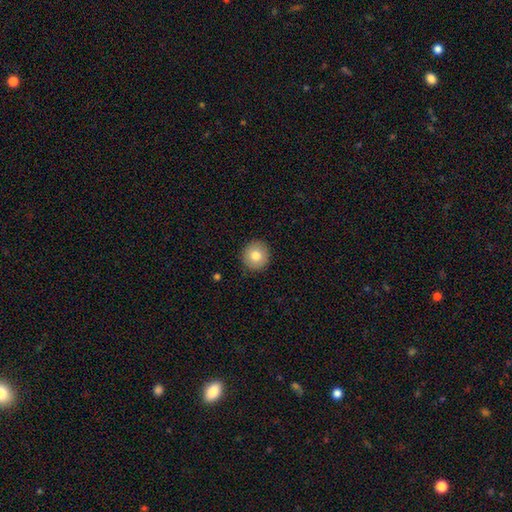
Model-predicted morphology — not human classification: Q: Smooth or featured?
A: smooth (80%); runner-up: featured or disk (12%)
Q: How rounded?
A: round (94%); runner-up: in between (5%)
Q: Merging?
A: none (91%); runner-up: minor disturbance (6%)